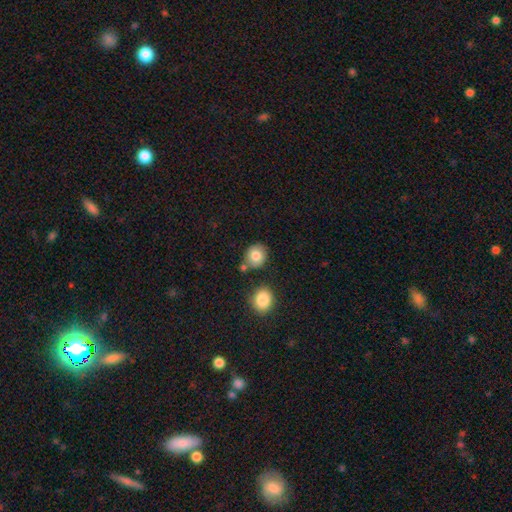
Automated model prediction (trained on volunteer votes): Overall: smooth (82%). How rounded: round (72%). Merging: none (71%).